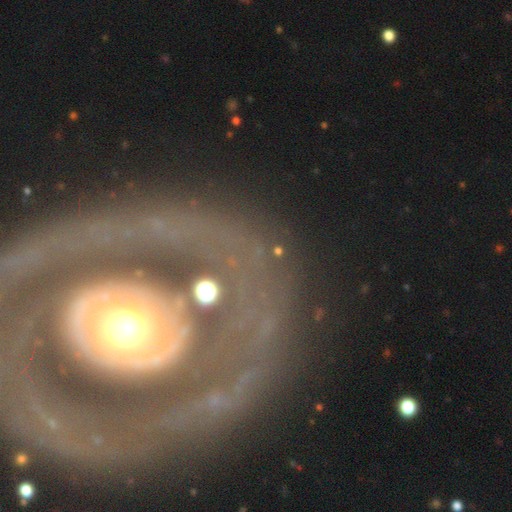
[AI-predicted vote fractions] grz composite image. It shows a featured or disk galaxy (77%) with no bar (81%), no spiral arms (54%) and a moderate central bulge (64%). Merging: none (74%).